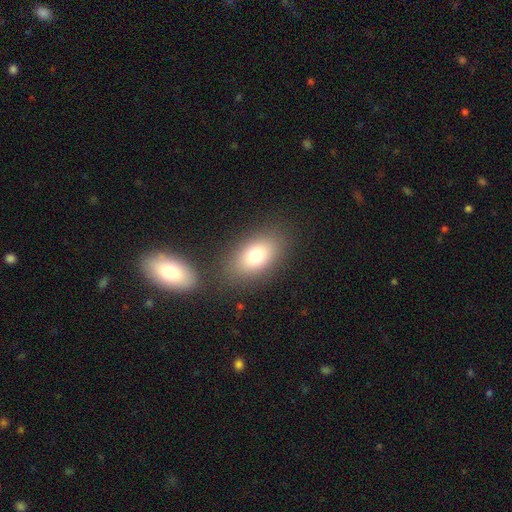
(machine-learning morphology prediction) Smooth or featured? Predicted: smooth (p=0.75). How rounded? Predicted: in between (p=0.82). Merging? Predicted: none (p=0.80).